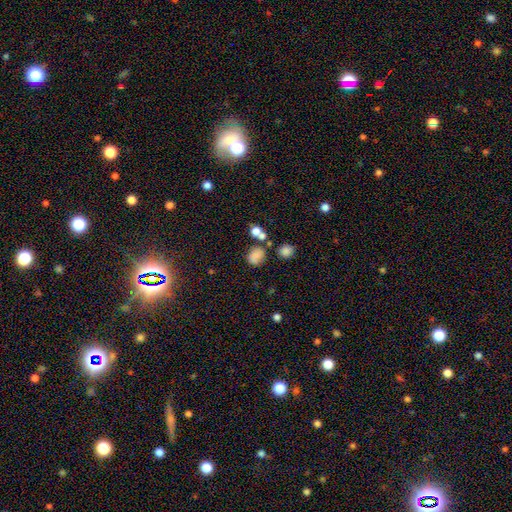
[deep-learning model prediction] A smooth galaxy with no disk features (73%) that is in between round and cigar-shaped (50%). Merging: none (52%).